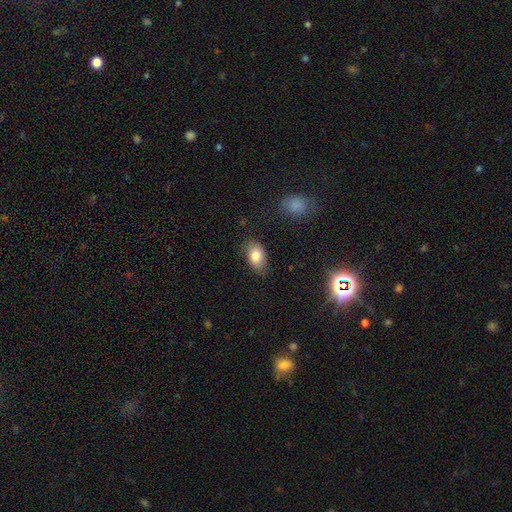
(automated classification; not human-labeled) A smooth galaxy with no disk features (82%) that is in between round and cigar-shaped (90%). Merging: none (75%).